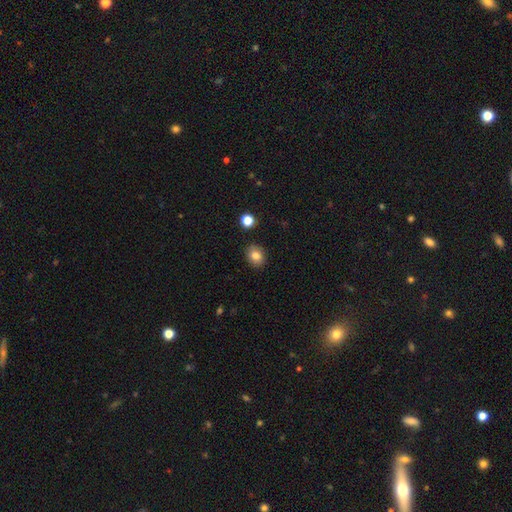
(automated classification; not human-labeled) smooth_or_featured: smooth (p=0.82) [alt: star or artifact p=0.10]
how_rounded: round (p=0.58) [alt: in between p=0.41]
merging: none (p=0.88) [alt: minor disturbance p=0.08]